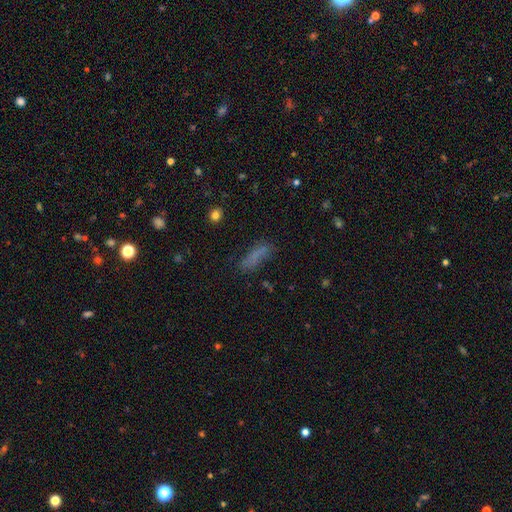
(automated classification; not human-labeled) The model was most divided on "how rounded": cigar-shaped: 63%, in between: 34%, round: 3%. More confident: smooth or featured — smooth (73%); merging — none (68%).